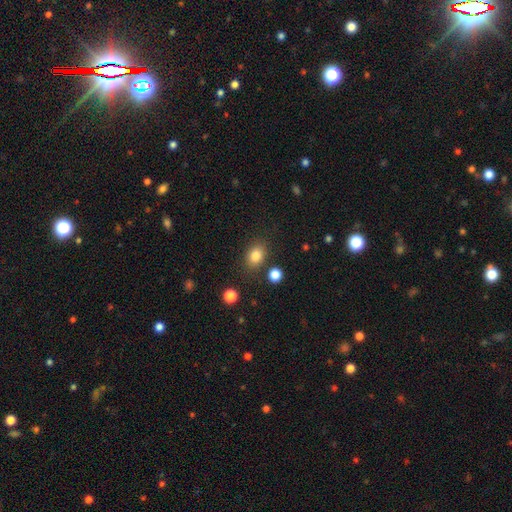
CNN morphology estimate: Q: Smooth or featured?
A: smooth (83%); runner-up: star or artifact (11%)
Q: How rounded?
A: in between (60%); runner-up: round (39%)
Q: Merging?
A: none (81%); runner-up: minor disturbance (11%)